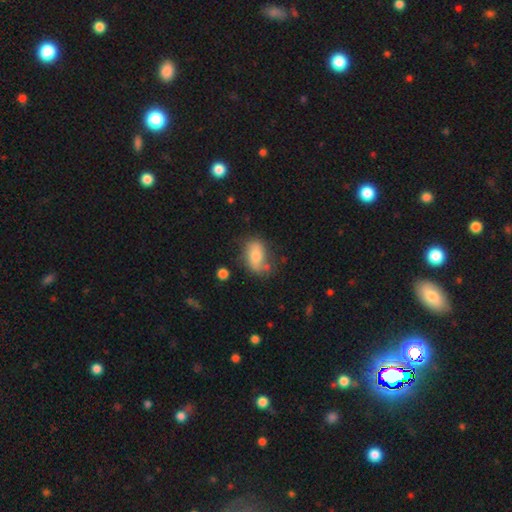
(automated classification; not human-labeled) smooth 62%, featured or disk 30%, star or artifact 9%. Down the decision tree: how rounded — in between (85%); merging — none (57%).